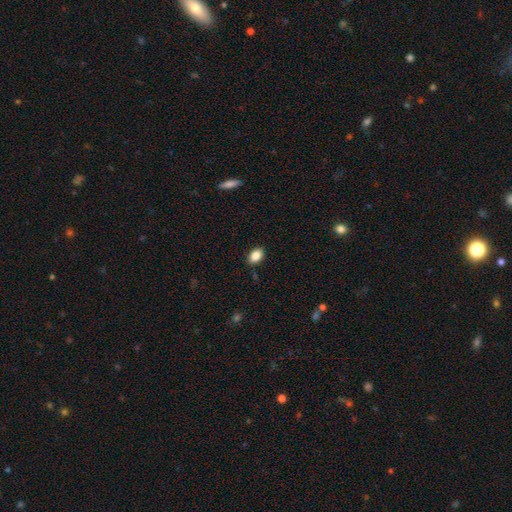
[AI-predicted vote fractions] This is clearly a smooth galaxy (87%). How rounded: clearly in between (83%). Merging: clearly none (88%).